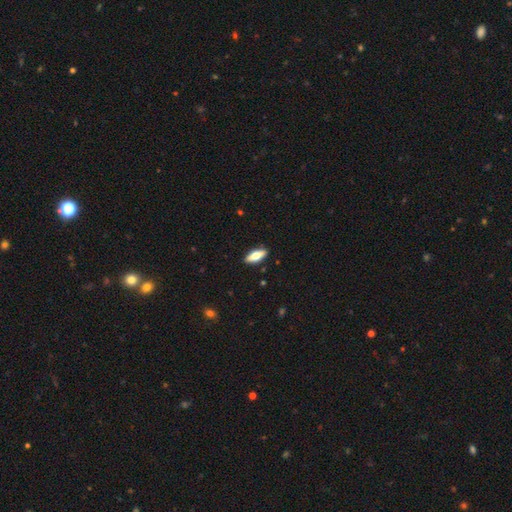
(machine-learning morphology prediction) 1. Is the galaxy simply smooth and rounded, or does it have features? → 63% smooth, 32% featured or disk, 6% star or artifact.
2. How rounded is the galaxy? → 69% in between, 29% cigar-shaped, 2% round.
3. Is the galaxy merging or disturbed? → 89% none, 8% minor disturbance, 2% major disturbance, 1% merger.